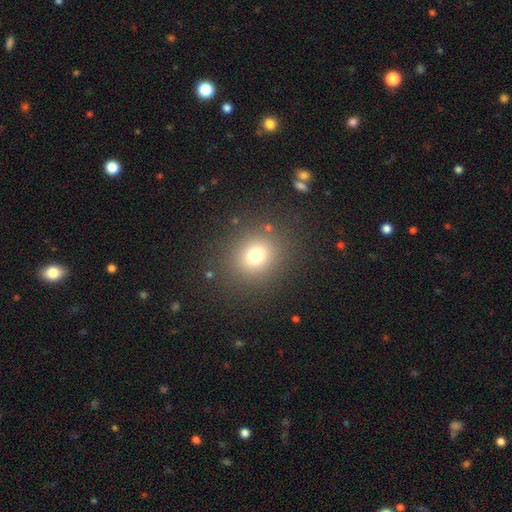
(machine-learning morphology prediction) smooth 73%, star or artifact 18%, featured or disk 9%. Down the decision tree: how rounded — round (80%); merging — none (86%).